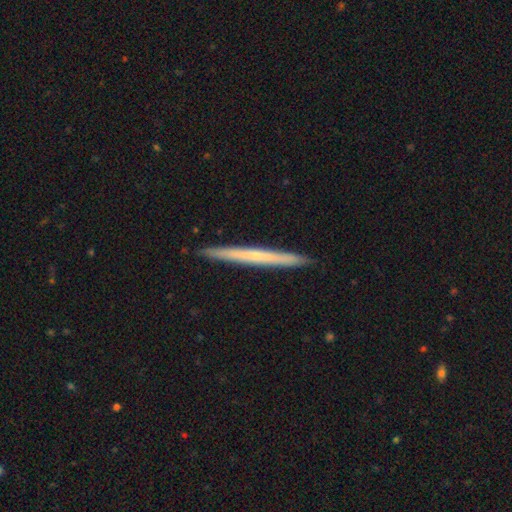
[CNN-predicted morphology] This is possibly a featured or disk galaxy (49%). Merging: clearly none (92%).